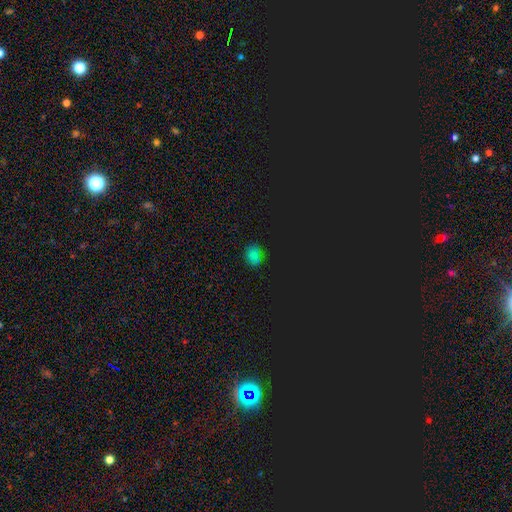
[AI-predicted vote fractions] Smooth or featured: smooth — 62% (star or artifact — 33%)
How rounded: in between — 56% (round — 42%)
Merging: none — 80% (minor disturbance — 15%)